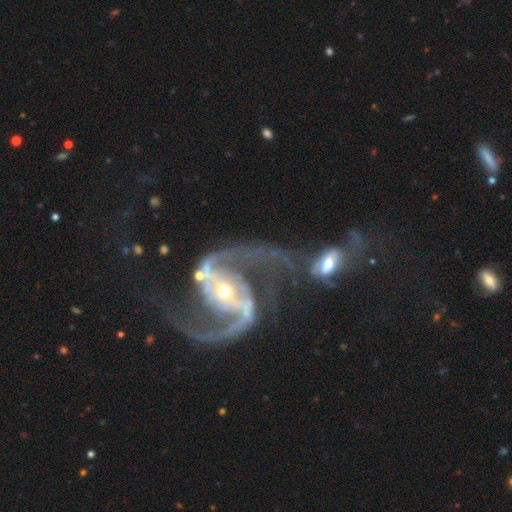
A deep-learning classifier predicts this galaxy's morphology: type=featured or disk (92%); edge-on=no (98%); bar=strong (43%); spiral arms=yes (98%); winding=medium (51%); arm count=2 (94%); bulge=small (56%); merging=none (39%).